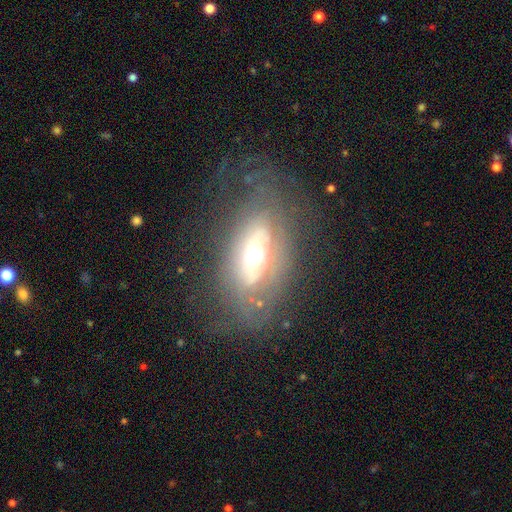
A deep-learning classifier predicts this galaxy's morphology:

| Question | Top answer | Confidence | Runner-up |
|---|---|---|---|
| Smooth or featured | featured or disk | 70% | smooth (22%) |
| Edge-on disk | no | 85% | yes (15%) |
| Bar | no | 69% | weak (19%) |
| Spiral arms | yes | 53% | no (47%) |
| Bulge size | moderate | 59% | large (27%) |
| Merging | none | 57% | minor disturbance (21%) |